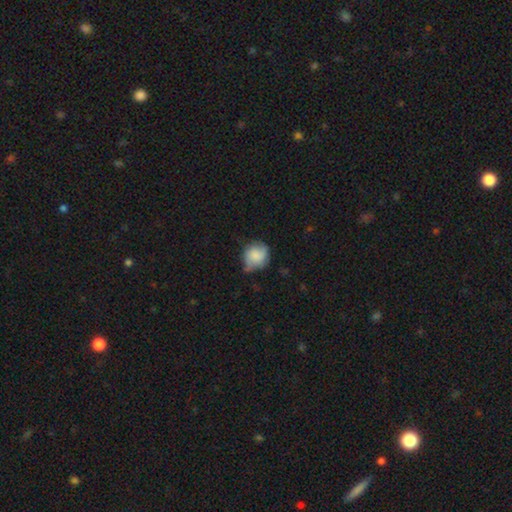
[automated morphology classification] smooth 74%, featured or disk 18%, star or artifact 8%. Down the decision tree: how rounded — round (75%); merging — none (47%).